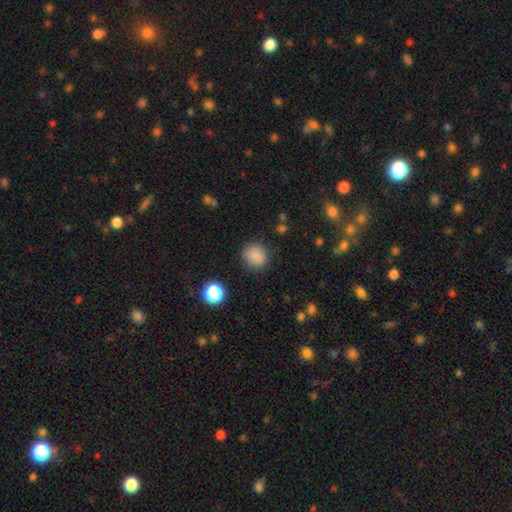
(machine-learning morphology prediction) type=smooth (84%); roundness=round (79%); merging=none (84%).